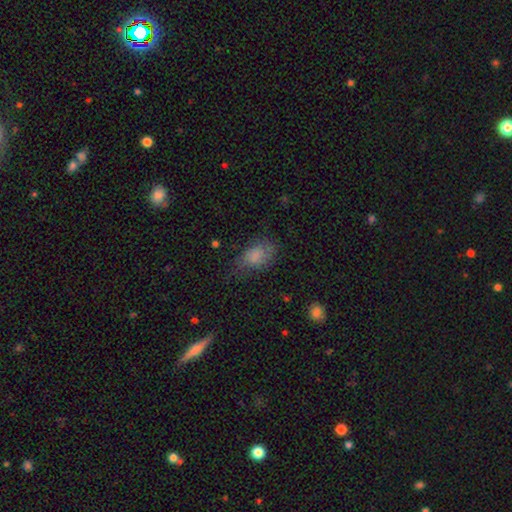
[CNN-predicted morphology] The model was most divided on "merging": none: 48%, minor disturbance: 31%, major disturbance: 19%, merger: 2%. More confident: how rounded — in between (84%); smooth or featured — smooth (75%).